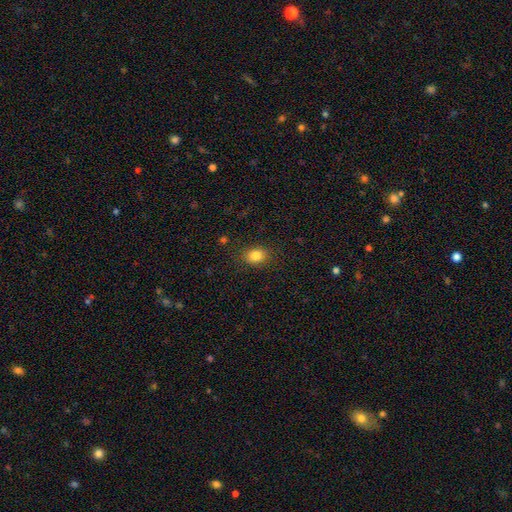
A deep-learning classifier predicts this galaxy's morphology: Smooth or featured: smooth — 83% (star or artifact — 11%)
How rounded: in between — 55% (round — 44%)
Merging: none — 86% (minor disturbance — 10%)